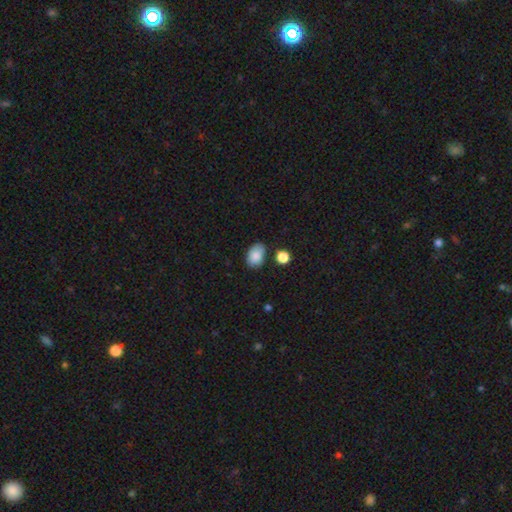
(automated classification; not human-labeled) smooth-or-featured: smooth: 87% | star or artifact: 8% | featured or disk: 5%
  how-rounded: in between: 86% | round: 13% | cigar-shaped: 1%
  merging: none: 70% | minor disturbance: 20% | merger: 6% | major disturbance: 4%